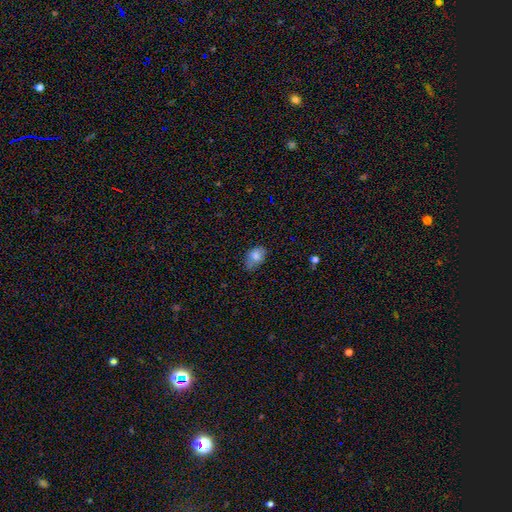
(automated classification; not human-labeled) Overall: smooth (78%). How rounded: in between (82%). Merging: none (53%; minor disturbance 35%).